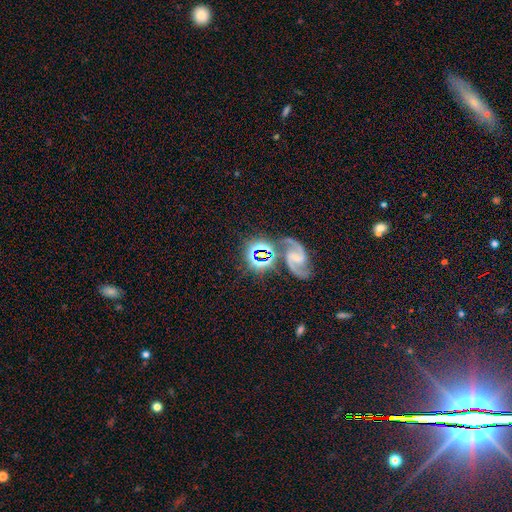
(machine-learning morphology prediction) smooth_or_featured: featured or disk (p=0.55) [alt: star or artifact p=0.27]
disk_edge_on: no (p=0.95) [alt: yes p=0.05]
bar: weak (p=0.38) [alt: strong p=0.34]
has_spiral_arms: yes (p=0.91) [alt: no p=0.09]
bulge_size: small (p=0.33) [alt: moderate p=0.26]
merging: none (p=0.65) [alt: minor disturbance p=0.14]